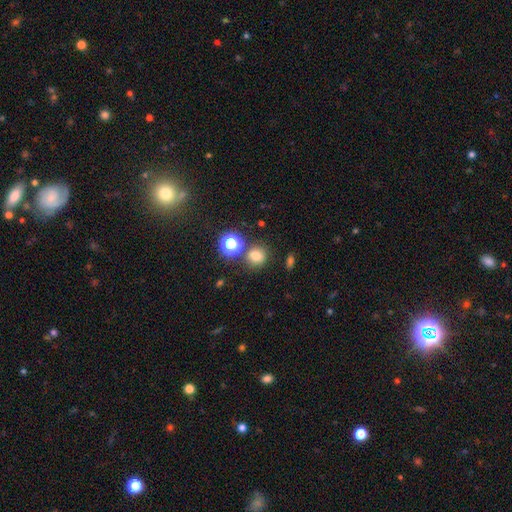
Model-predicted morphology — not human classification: The model was most divided on "smooth or featured": smooth: 74%, star or artifact: 19%, featured or disk: 7%. More confident: how rounded — round (85%); merging — none (76%).